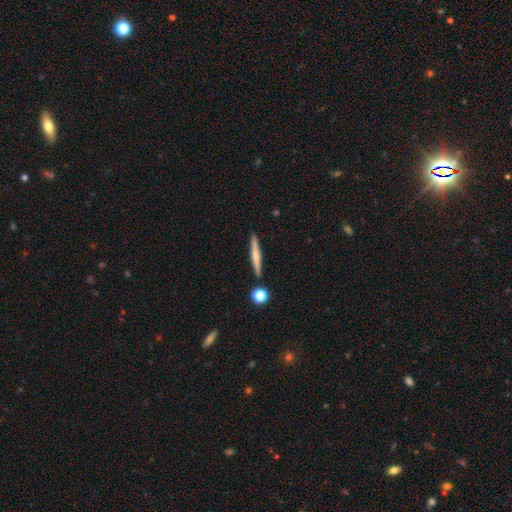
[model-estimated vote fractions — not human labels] smooth_or_featured: smooth (p=0.49) [alt: featured or disk p=0.45]
merging: none (p=0.89) [alt: minor disturbance p=0.06]